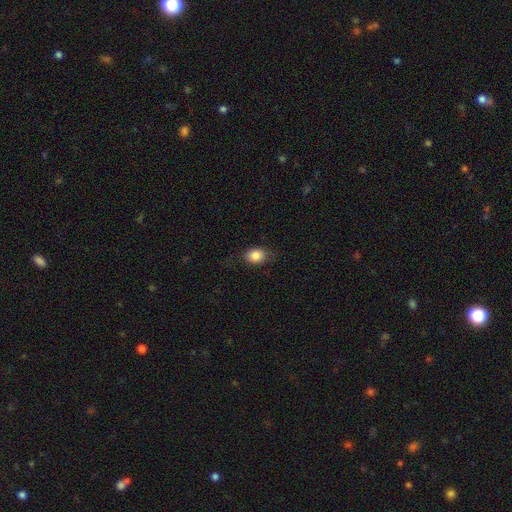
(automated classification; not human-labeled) This appears to be a smooth galaxy with no disk features (85%) that is in between round and cigar-shaped (59%). Merging: none (78%).